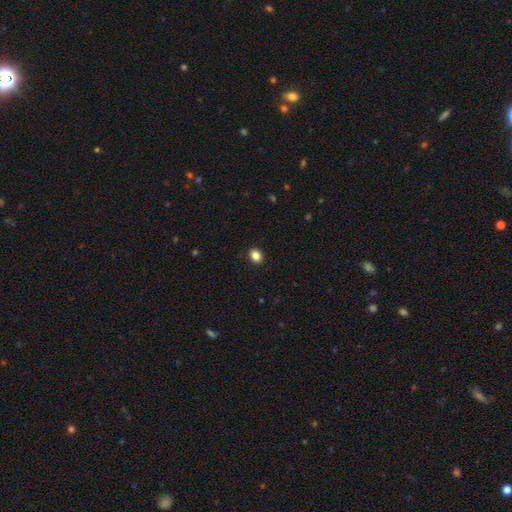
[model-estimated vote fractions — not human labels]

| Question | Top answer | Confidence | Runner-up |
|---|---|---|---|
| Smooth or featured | smooth | 86% | star or artifact (10%) |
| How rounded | in between | 55% | round (44%) |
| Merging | none | 90% | minor disturbance (7%) |